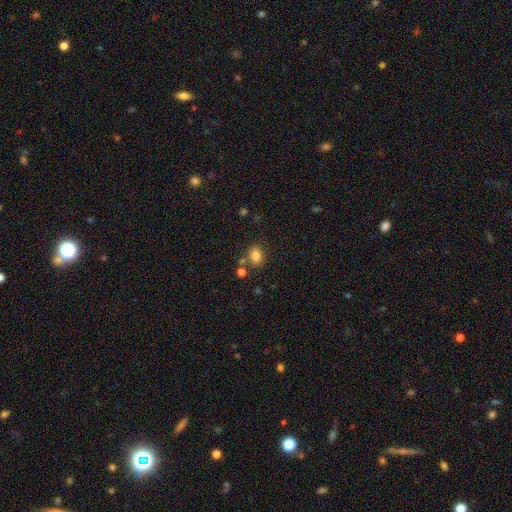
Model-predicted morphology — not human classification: smooth-or-featured: smooth: 82% | star or artifact: 11% | featured or disk: 6%
  how-rounded: in between: 63% | round: 36% | cigar-shaped: 1%
  merging: none: 72% | minor disturbance: 12% | merger: 11% | major disturbance: 4%